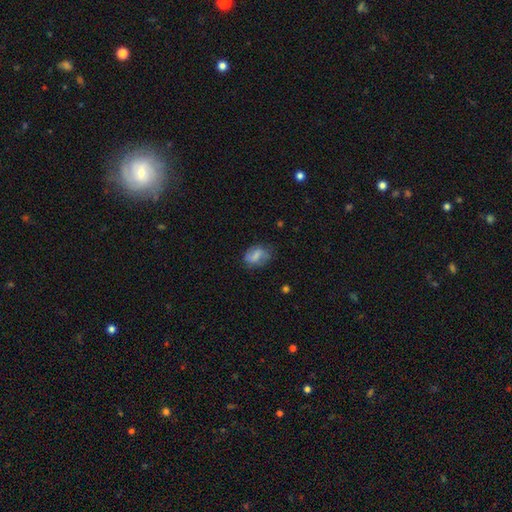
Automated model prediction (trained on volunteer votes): A smooth galaxy with no disk features (47%). Merging: none (69%).